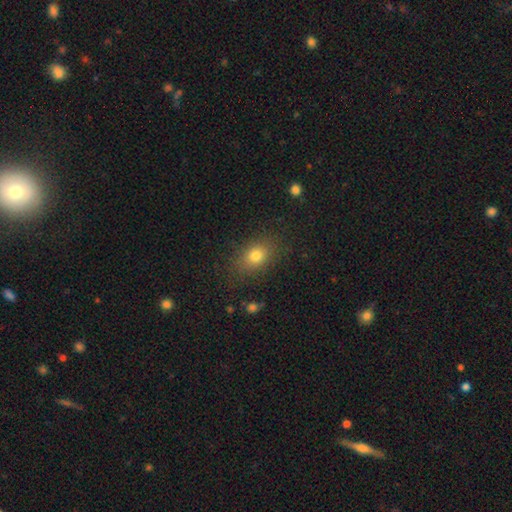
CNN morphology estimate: Overall: smooth (78%). How rounded: in between (68%; round 29%). Merging: none (83%).